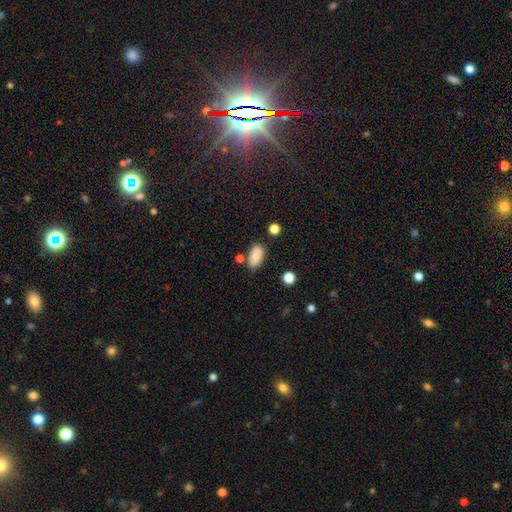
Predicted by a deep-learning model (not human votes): Smooth or featured?
  - smooth: 83% *
  - star or artifact: 9%
  - featured or disk: 8%
How rounded?
  - in between: 93% *
  - round: 4%
  - cigar-shaped: 3%
Merging?
  - none: 73% *
  - minor disturbance: 16%
  - merger: 7%
  - major disturbance: 4%